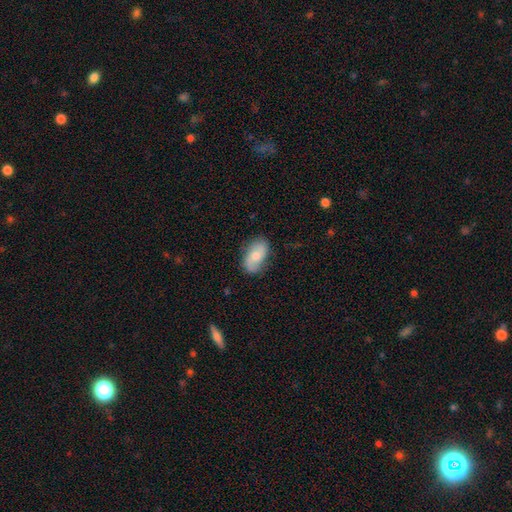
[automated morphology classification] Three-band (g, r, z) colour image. It shows a smooth galaxy with no disk features (52%) that is in between round and cigar-shaped (92%). Merging: none (77%).